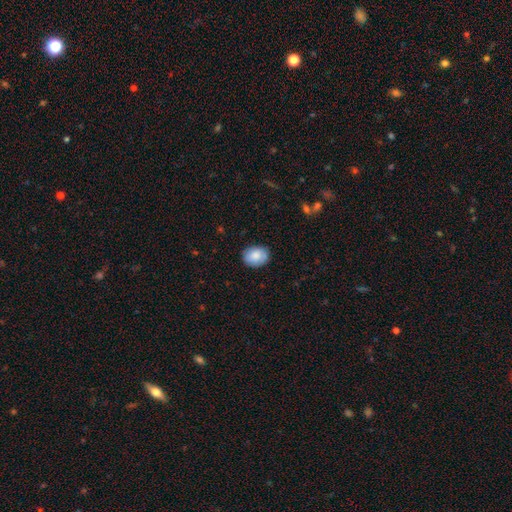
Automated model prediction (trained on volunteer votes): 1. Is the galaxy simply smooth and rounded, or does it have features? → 85% smooth, 8% featured or disk, 7% star or artifact.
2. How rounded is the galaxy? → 63% in between, 37% round, 1% cigar-shaped.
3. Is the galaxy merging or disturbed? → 83% none, 13% minor disturbance, 2% major disturbance, 1% merger.